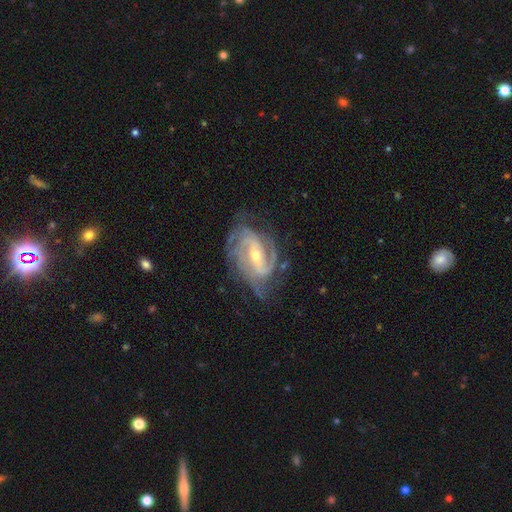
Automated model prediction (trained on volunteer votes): A featured or disk galaxy (91%) with a weak bar (41%), 2 (35%) tight (50%) spiral arms (97%) and a small central bulge (49%). Merging: none (67%).